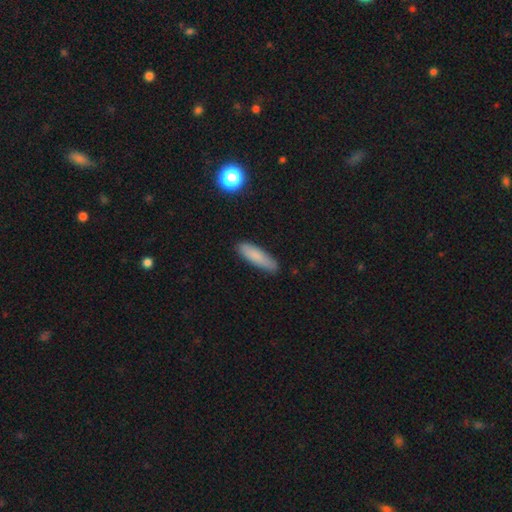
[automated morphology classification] Smooth or featured? smooth (84%)
How rounded? cigar-shaped (68%)
Merging? none (85%)